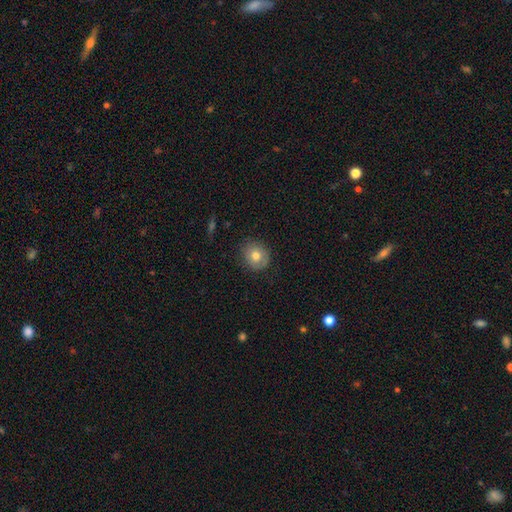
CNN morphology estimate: This appears to be a smooth galaxy with no disk features (73%) that is round (82%). Merging: none (82%).